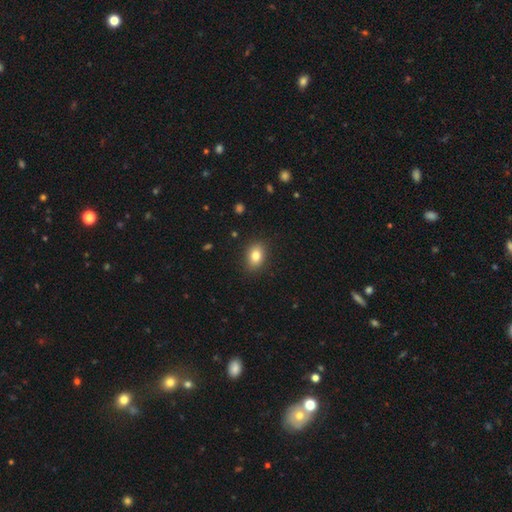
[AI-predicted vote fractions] smooth_or_featured: smooth (p=0.82) [alt: star or artifact p=0.09]
how_rounded: in between (p=0.75) [alt: round p=0.24]
merging: none (p=0.88) [alt: minor disturbance p=0.09]